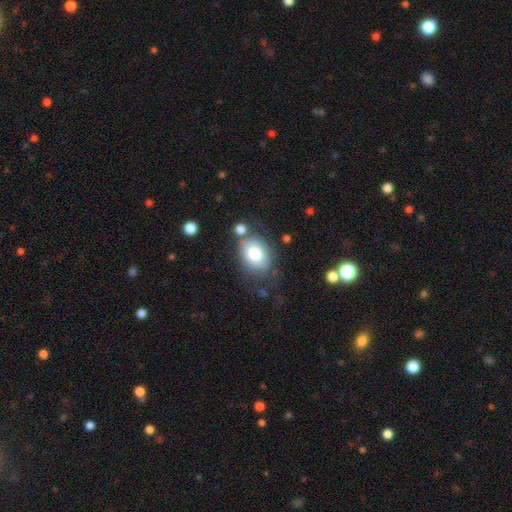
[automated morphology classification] smooth-or-featured: smooth: 75% | featured or disk: 17% | star or artifact: 8%
  how-rounded: in between: 72% | round: 27% | cigar-shaped: 1%
  merging: none: 64% | minor disturbance: 19% | merger: 9% | major disturbance: 8%